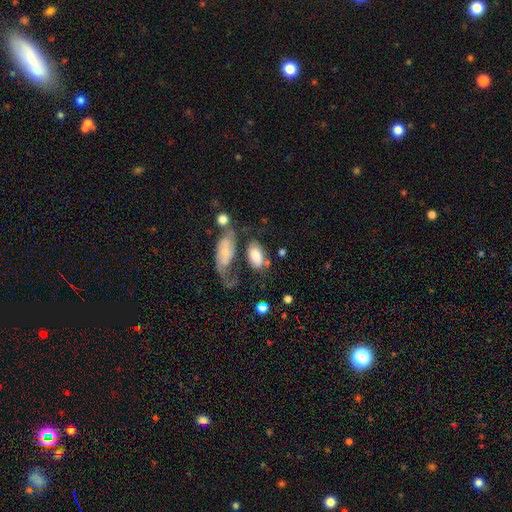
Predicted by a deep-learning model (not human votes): Q: Smooth or featured?
A: smooth (69%); runner-up: featured or disk (24%)
Q: How rounded?
A: in between (91%); runner-up: round (6%)
Q: Merging?
A: none (36%); runner-up: merger (31%)